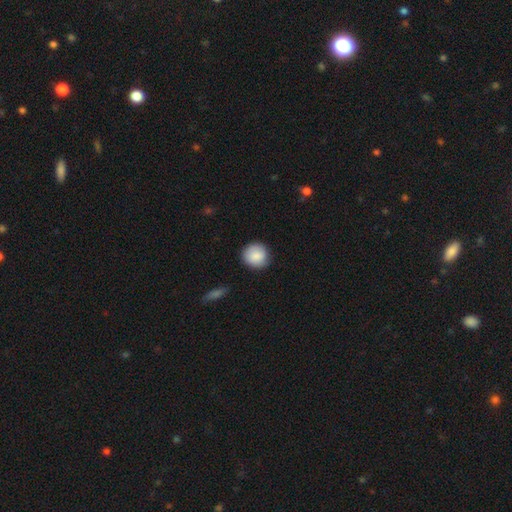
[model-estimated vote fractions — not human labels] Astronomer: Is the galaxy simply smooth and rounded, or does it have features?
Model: smooth — 88%.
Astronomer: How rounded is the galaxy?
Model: round — 91%.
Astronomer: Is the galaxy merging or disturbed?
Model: none — 86%.